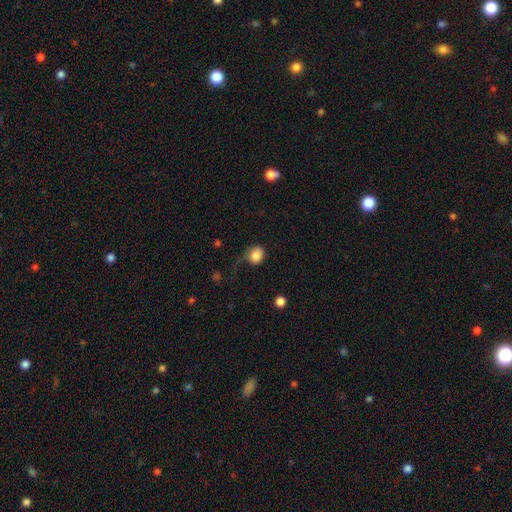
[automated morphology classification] Overall: smooth (84%). How rounded: round (70%). Merging: none (47%; major disturbance 26%).